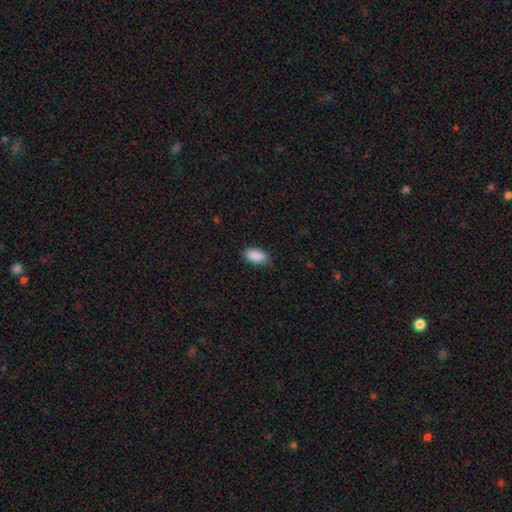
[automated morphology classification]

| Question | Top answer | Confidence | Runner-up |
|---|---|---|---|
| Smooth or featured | smooth | 90% | star or artifact (7%) |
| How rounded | in between | 93% | cigar-shaped (4%) |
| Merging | none | 84% | minor disturbance (13%) |